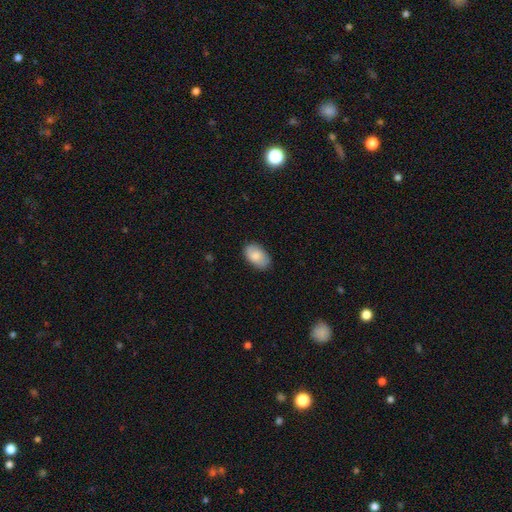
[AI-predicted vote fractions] A smooth galaxy with no disk features (84%) that is in between round and cigar-shaped (93%).

Vote fractions:
- Smooth or featured? smooth: 84% / featured or disk: 10% / star or artifact: 6%
- How rounded? in between: 93% / round: 6% / cigar-shaped: 1%
- Merging? none: 83% / minor disturbance: 14% / major disturbance: 3% / merger: 1%